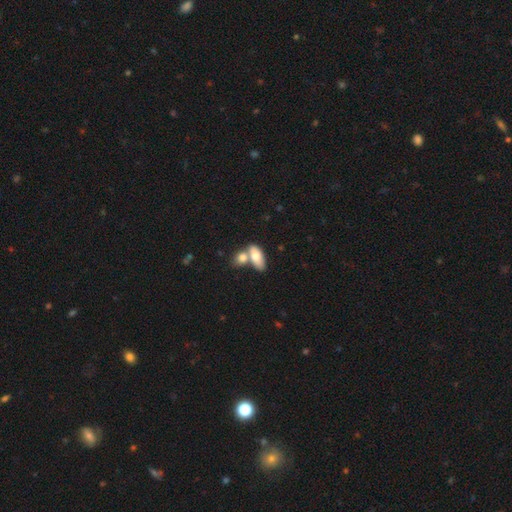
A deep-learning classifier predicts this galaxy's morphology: A smooth galaxy with no disk features (72%) that is in between round and cigar-shaped (86%). Merging: merger (55%).